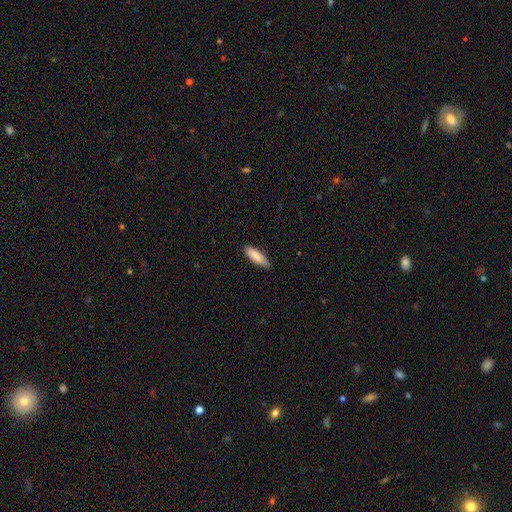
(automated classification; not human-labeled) Smooth or featured?
  - smooth: 87% *
  - featured or disk: 7%
  - star or artifact: 6%
How rounded?
  - cigar-shaped: 51% *
  - in between: 48%
  - round: 1%
Merging?
  - none: 84% *
  - minor disturbance: 13%
  - major disturbance: 2%
  - merger: 1%